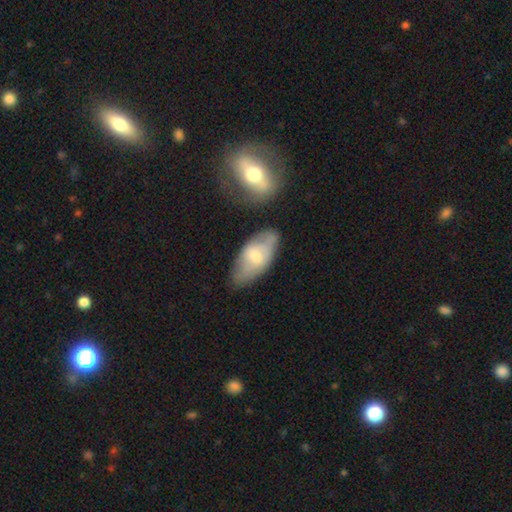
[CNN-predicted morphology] type=smooth (55%); roundness=in between (91%); merging=none (62%).